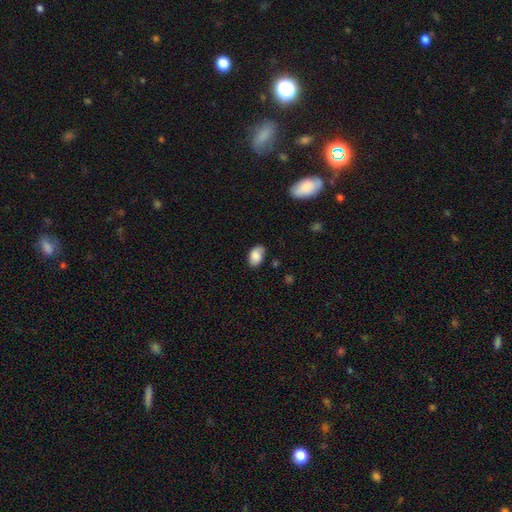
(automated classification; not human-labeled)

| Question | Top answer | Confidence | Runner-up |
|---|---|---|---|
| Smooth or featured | smooth | 86% | featured or disk (7%) |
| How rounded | in between | 90% | round (9%) |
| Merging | none | 74% | minor disturbance (21%) |